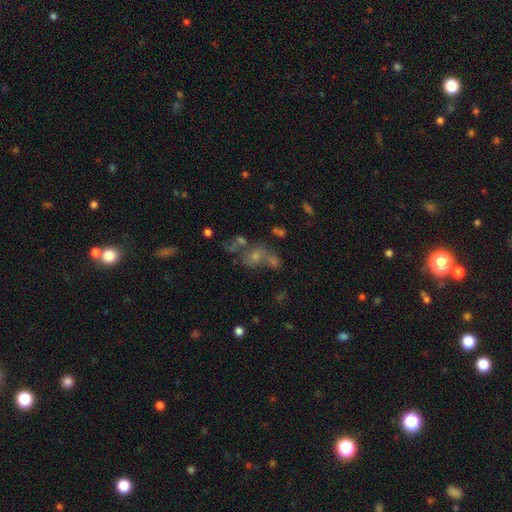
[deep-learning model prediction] Overall: smooth (43%; featured or disk 30%). Merging: none (38%; merger 36%).